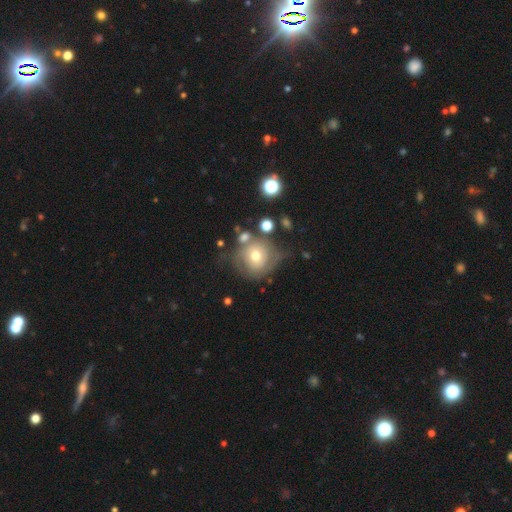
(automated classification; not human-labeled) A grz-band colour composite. It shows a smooth galaxy with no disk features (48%). Merging: none (48%).